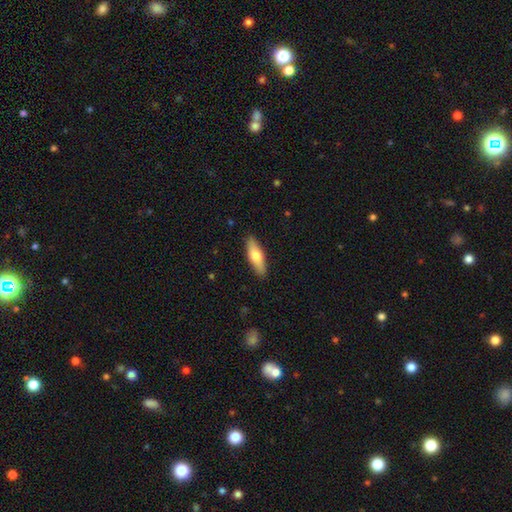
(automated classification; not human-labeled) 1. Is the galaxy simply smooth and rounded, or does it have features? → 66% smooth, 29% featured or disk, 5% star or artifact.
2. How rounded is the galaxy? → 50% in between, 47% cigar-shaped, 2% round.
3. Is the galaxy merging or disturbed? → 89% none, 8% minor disturbance, 2% major disturbance, 1% merger.